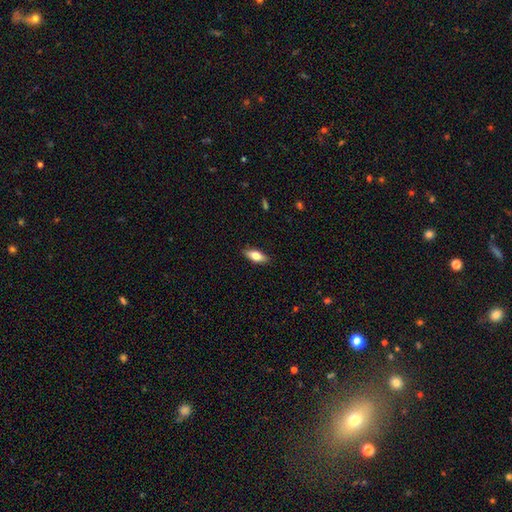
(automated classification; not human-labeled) Smooth or featured? Predicted: smooth (p=0.69). How rounded? Predicted: in between (p=0.73). Merging? Predicted: none (p=0.88).